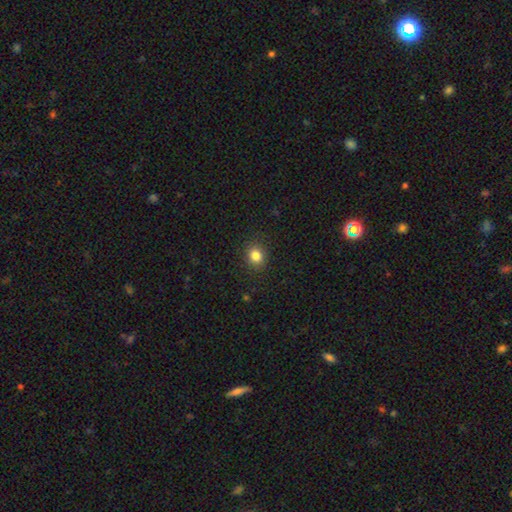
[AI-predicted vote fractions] Smooth or featured?
  - smooth: 84% *
  - star or artifact: 11%
  - featured or disk: 5%
How rounded?
  - round: 64% *
  - in between: 35%
  - cigar-shaped: 1%
Merging?
  - none: 89% *
  - minor disturbance: 8%
  - major disturbance: 2%
  - merger: 1%